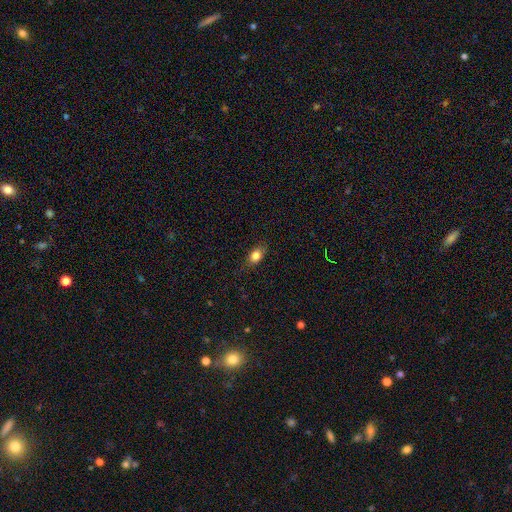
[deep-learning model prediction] Smooth or featured?
  - smooth: 82% *
  - star or artifact: 9%
  - featured or disk: 9%
How rounded?
  - in between: 73% *
  - round: 22%
  - cigar-shaped: 5%
Merging?
  - none: 77% *
  - minor disturbance: 17%
  - major disturbance: 5%
  - merger: 1%